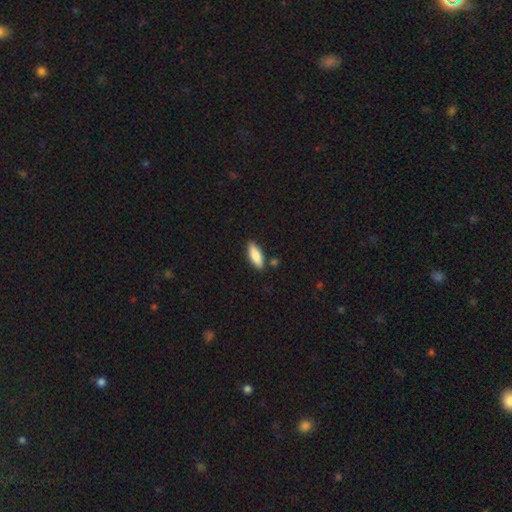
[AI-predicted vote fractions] This is clearly a smooth galaxy (83%). How rounded: likely in between (63%). Merging: clearly none (83%).